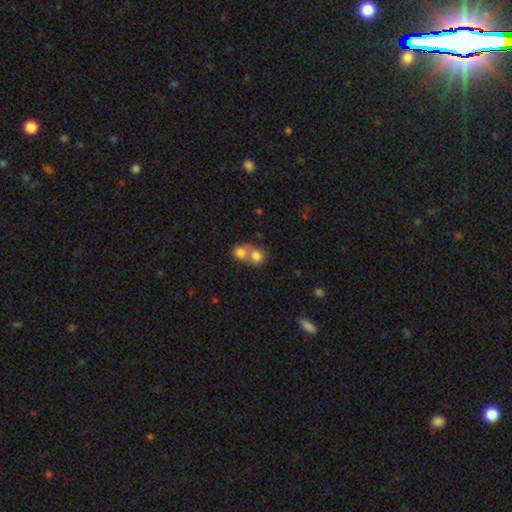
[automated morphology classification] The model was most divided on "how rounded": round: 74%, in between: 25%, cigar-shaped: 1%. More confident: smooth or featured — smooth (76%); merging — merger (72%).